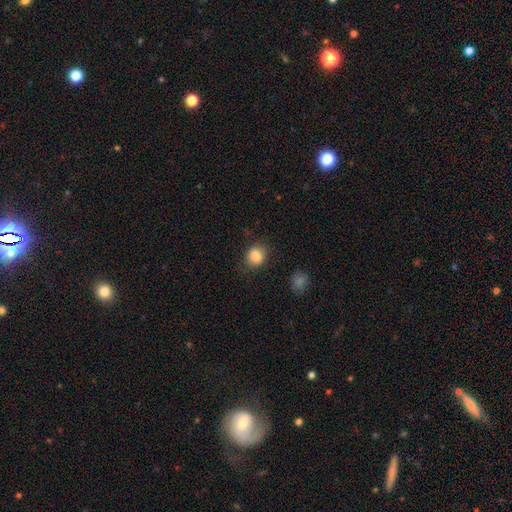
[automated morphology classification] Smooth or featured?
  - smooth: 85% *
  - star or artifact: 9%
  - featured or disk: 6%
How rounded?
  - round: 61% *
  - in between: 38%
  - cigar-shaped: 1%
Merging?
  - none: 76% *
  - minor disturbance: 17%
  - major disturbance: 5%
  - merger: 2%